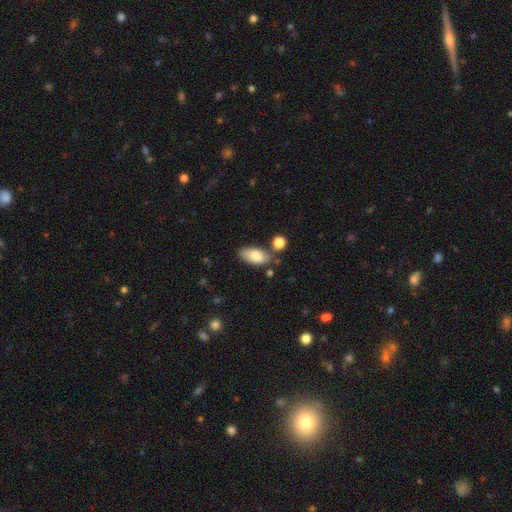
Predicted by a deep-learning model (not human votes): smooth-or-featured: smooth: 81% | featured or disk: 12% | star or artifact: 7%
  how-rounded: in between: 91% | cigar-shaped: 7% | round: 3%
  merging: none: 66% | minor disturbance: 19% | merger: 11% | major disturbance: 5%